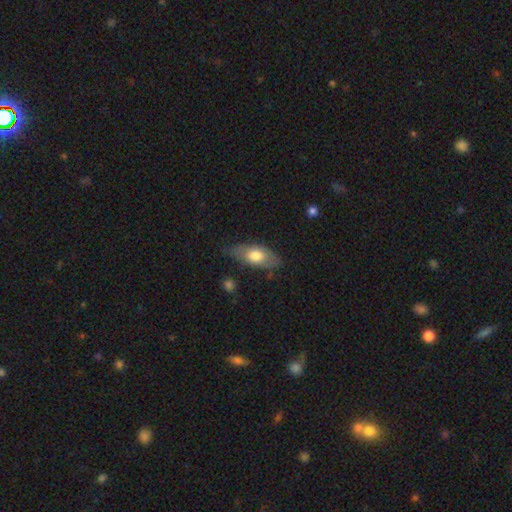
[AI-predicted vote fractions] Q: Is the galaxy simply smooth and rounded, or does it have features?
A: smooth — 64%.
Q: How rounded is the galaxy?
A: in between — 79%.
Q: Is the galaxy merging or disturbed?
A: none — 68%.